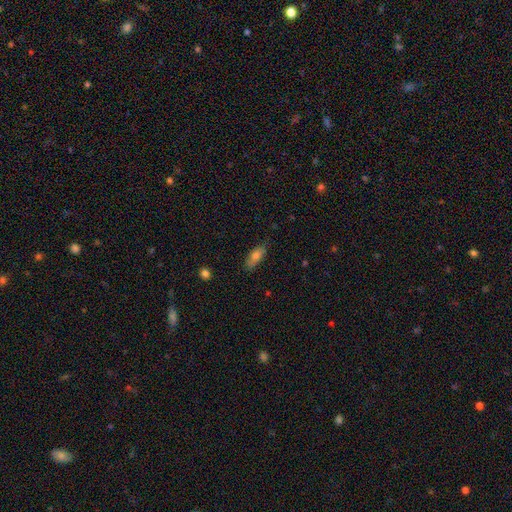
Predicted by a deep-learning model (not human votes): Overall: smooth (75%). How rounded: in between (68%; cigar-shaped 29%). Merging: none (79%).